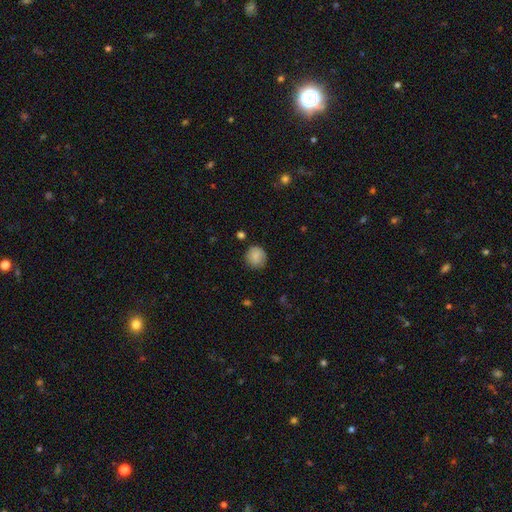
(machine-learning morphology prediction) smooth 85%, star or artifact 8%, featured or disk 7%. Down the decision tree: how rounded — round (90%); merging — none (81%).